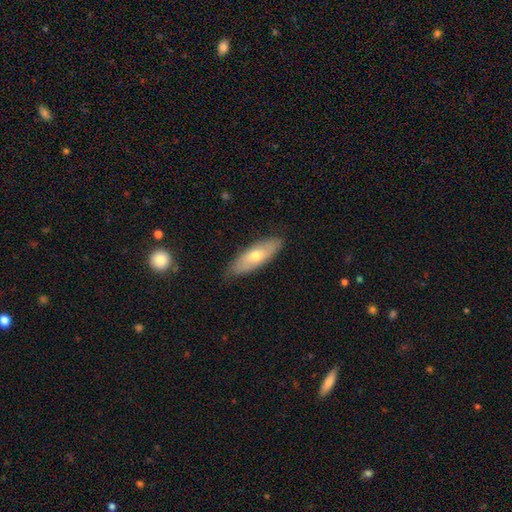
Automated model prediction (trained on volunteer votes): smooth-or-featured: smooth: 59% | featured or disk: 35% | star or artifact: 6%
  how-rounded: in between: 61% | cigar-shaped: 37% | round: 2%
  merging: none: 83% | minor disturbance: 14% | major disturbance: 2% | merger: 1%